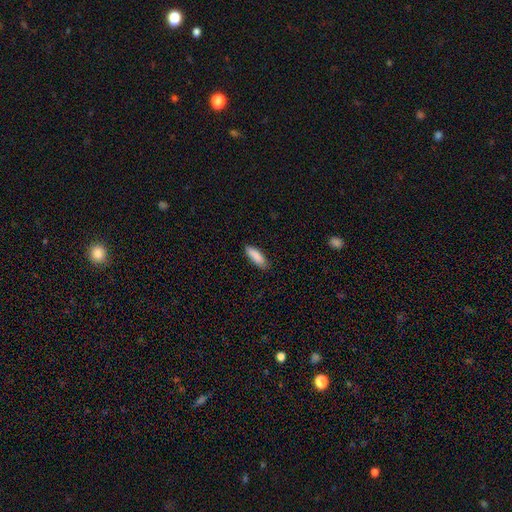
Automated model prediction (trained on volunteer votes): Smooth or featured: smooth — 88% (star or artifact — 6%)
How rounded: in between — 54% (cigar-shaped — 45%)
Merging: none — 84% (minor disturbance — 13%)